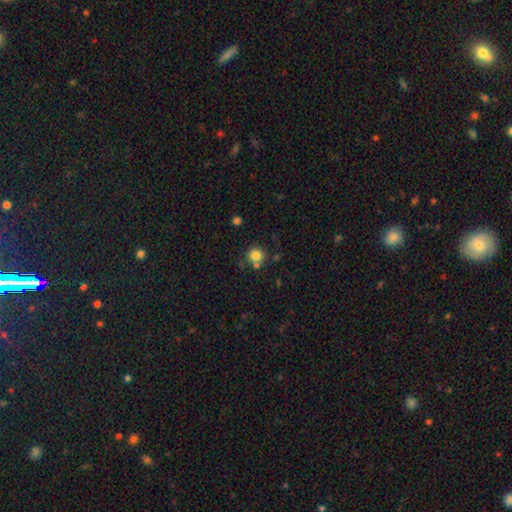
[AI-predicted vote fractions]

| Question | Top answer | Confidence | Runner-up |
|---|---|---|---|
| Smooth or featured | smooth | 82% | star or artifact (12%) |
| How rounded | round | 91% | in between (8%) |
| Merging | none | 71% | merger (14%) |